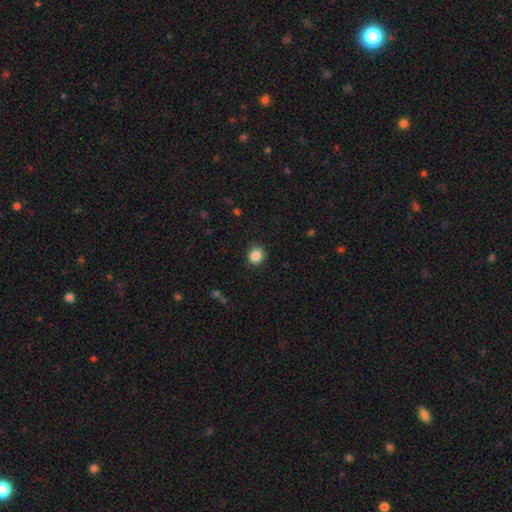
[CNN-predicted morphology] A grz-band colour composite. It shows a smooth galaxy with no disk features (87%) that is round (79%). Merging: none (88%).